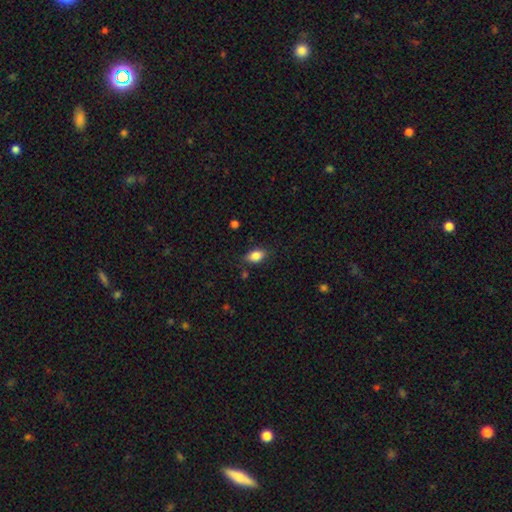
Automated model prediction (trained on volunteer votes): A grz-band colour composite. It shows a smooth galaxy with no disk features (85%) that is in between round and cigar-shaped (89%). Merging: none (83%).